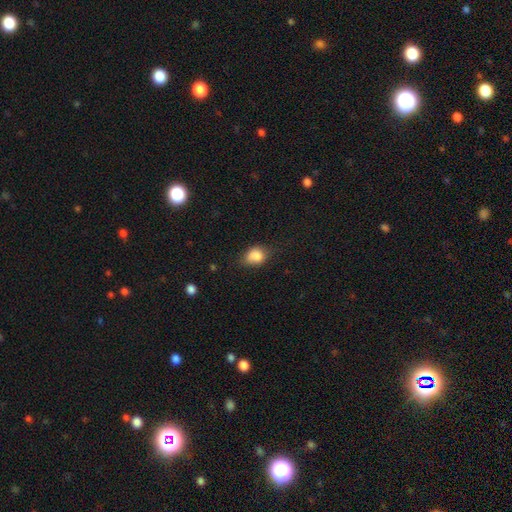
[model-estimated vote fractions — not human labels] Smooth or featured? Predicted: smooth (p=0.82). How rounded? Predicted: in between (p=0.62). Merging? Predicted: none (p=0.49).